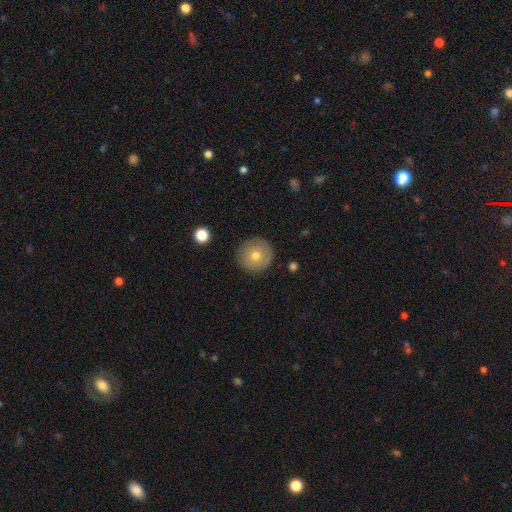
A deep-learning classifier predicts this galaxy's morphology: smooth 69%, featured or disk 22%, star or artifact 9%. Down the decision tree: how rounded — round (95%); merging — none (89%).